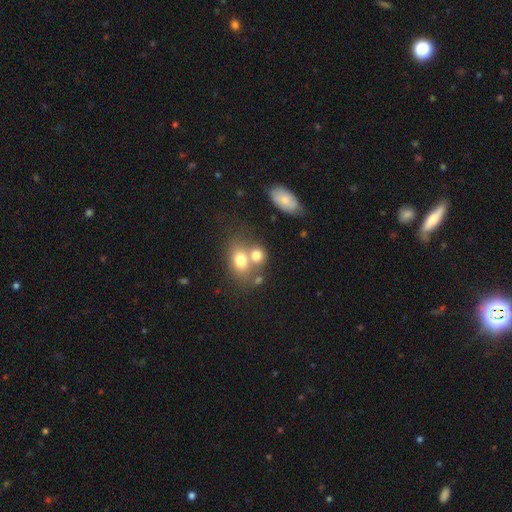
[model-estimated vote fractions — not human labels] Smooth or featured?
  - smooth: 71% *
  - featured or disk: 17%
  - star or artifact: 11%
How rounded?
  - in between: 54% *
  - round: 44%
  - cigar-shaped: 2%
Merging?
  - merger: 52% *
  - none: 34%
  - minor disturbance: 9%
  - major disturbance: 5%